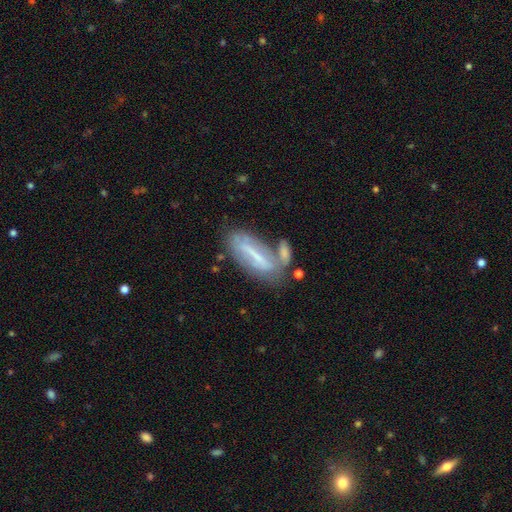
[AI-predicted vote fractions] Overall: featured or disk (57%; smooth 35%). Edge-on disk: no (72%). Merging: none (41%; merger 27%).